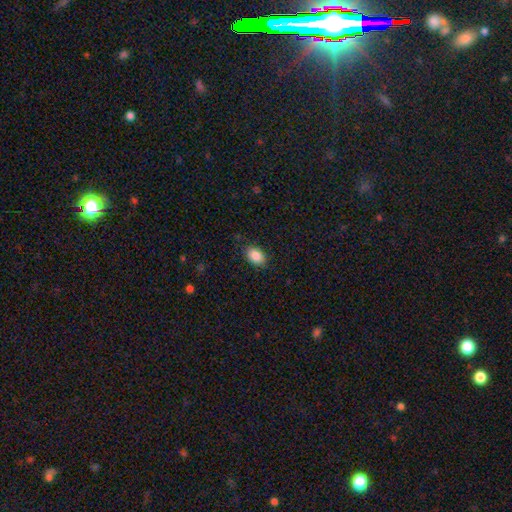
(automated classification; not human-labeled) Smooth or featured: smooth — 88% (star or artifact — 8%)
How rounded: in between — 85% (round — 14%)
Merging: none — 86% (minor disturbance — 11%)